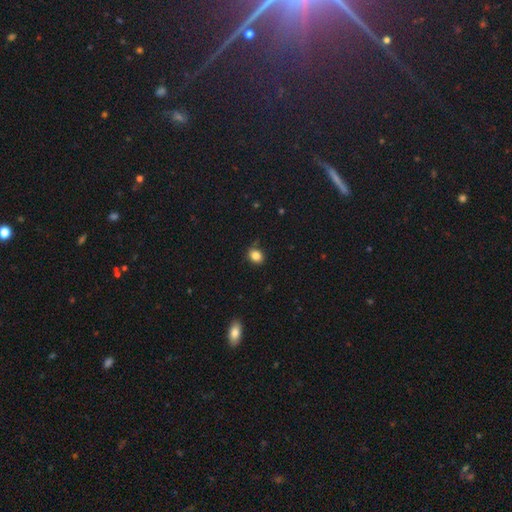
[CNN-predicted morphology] A smooth galaxy with no disk features (84%) that is round (59%). Merging: none (77%).